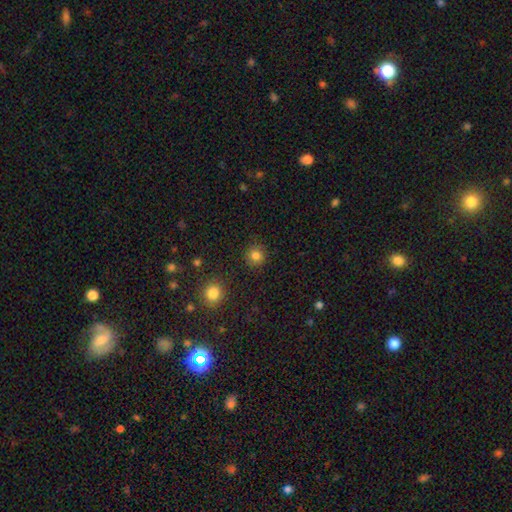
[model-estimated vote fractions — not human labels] Overall: smooth (83%). How rounded: round (91%). Merging: none (90%).